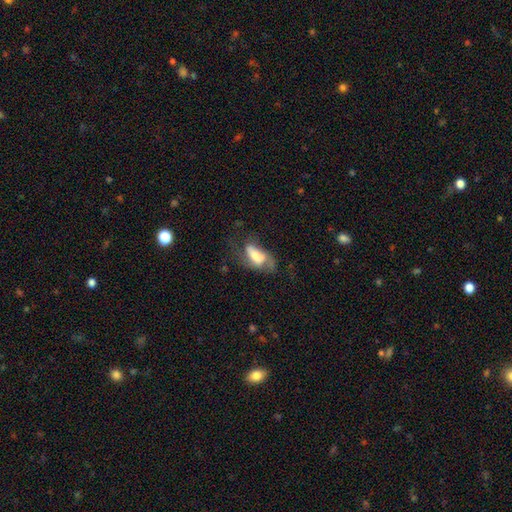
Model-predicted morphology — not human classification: Q: Smooth or featured?
A: featured or disk (47%); runner-up: smooth (45%)
Q: Merging?
A: none (36%); tied with: major disturbance (36%)